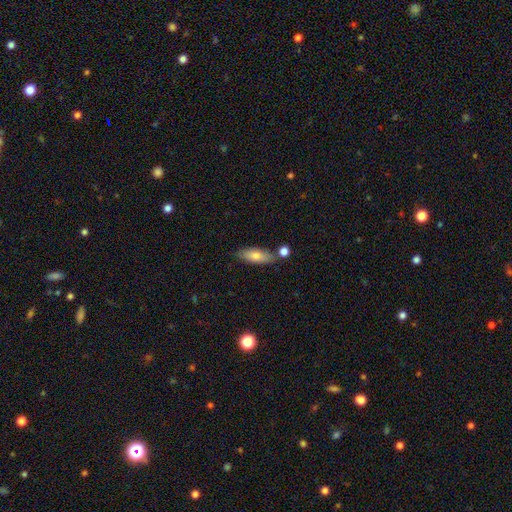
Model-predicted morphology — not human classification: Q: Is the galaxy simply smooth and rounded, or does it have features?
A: smooth — 74%.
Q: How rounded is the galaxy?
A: in between — 67%.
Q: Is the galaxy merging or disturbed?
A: none — 72%.